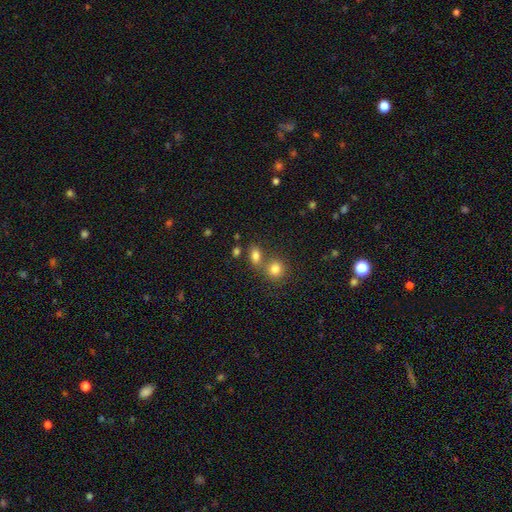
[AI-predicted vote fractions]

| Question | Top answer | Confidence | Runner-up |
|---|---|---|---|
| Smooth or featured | smooth | 79% | star or artifact (12%) |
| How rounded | in between | 78% | round (19%) |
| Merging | none | 48% | merger (38%) |